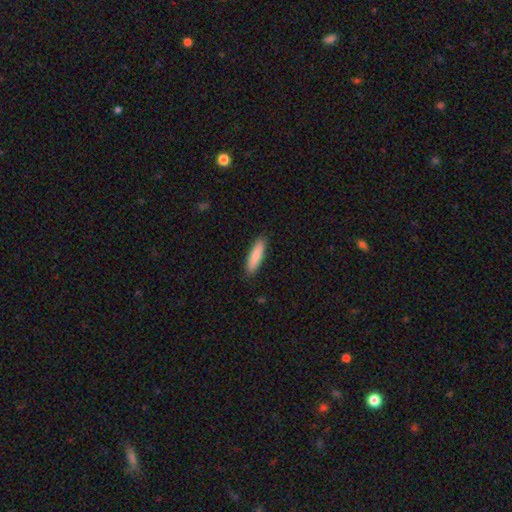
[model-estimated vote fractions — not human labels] Smooth or featured? Predicted: smooth (p=0.85). How rounded? Predicted: cigar-shaped (p=0.74). Merging? Predicted: none (p=0.89).